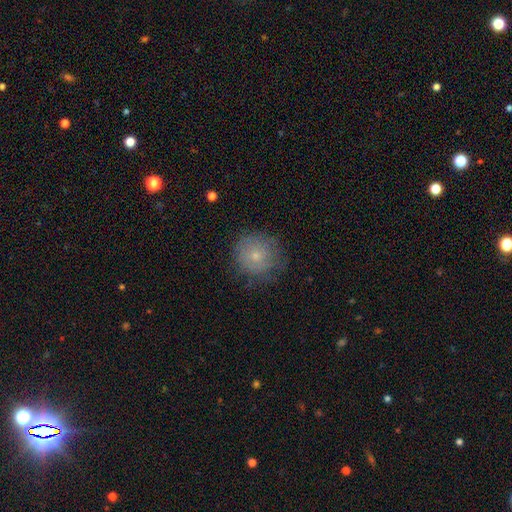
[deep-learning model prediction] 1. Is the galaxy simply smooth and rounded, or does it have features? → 69% smooth, 21% featured or disk, 10% star or artifact.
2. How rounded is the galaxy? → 91% round, 8% in between, 1% cigar-shaped.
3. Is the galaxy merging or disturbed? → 73% none, 19% minor disturbance, 7% major disturbance, 1% merger.